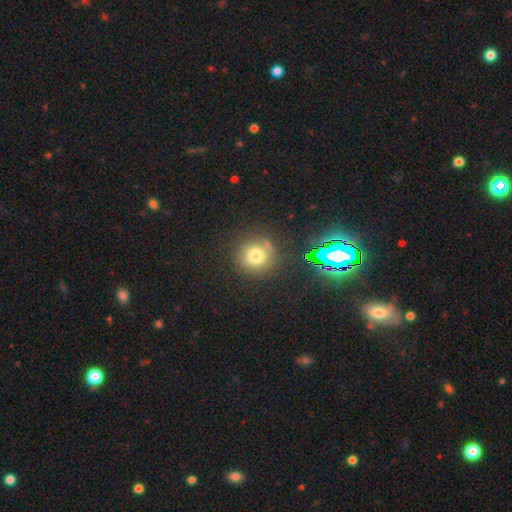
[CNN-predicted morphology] type=smooth (71%); roundness=round (92%); merging=none (80%).